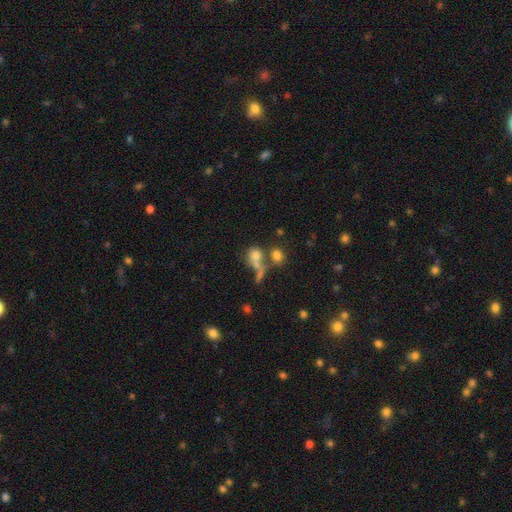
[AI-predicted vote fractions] This is likely a smooth galaxy (67%). How rounded: possibly round (56%). Merging: marginally merger (44%).